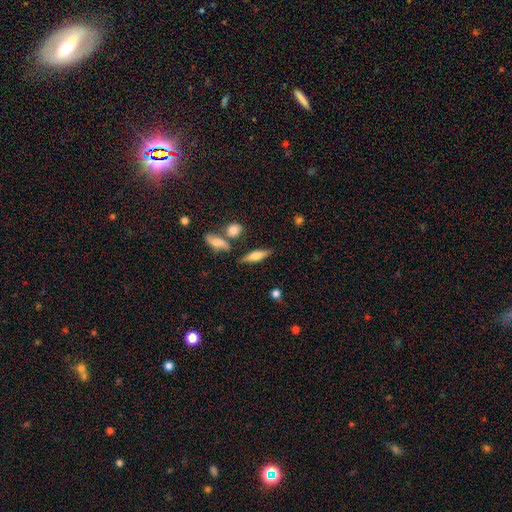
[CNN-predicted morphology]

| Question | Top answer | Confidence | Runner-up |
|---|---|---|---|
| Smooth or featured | smooth | 54% | featured or disk (38%) |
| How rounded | cigar-shaped | 57% | in between (39%) |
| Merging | none | 75% | minor disturbance (13%) |